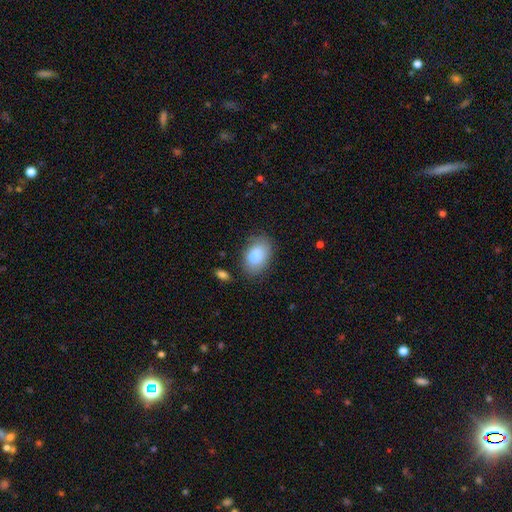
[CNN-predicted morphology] smooth 82%, featured or disk 11%, star or artifact 7%. Down the decision tree: how rounded — in between (87%); merging — none (72%).